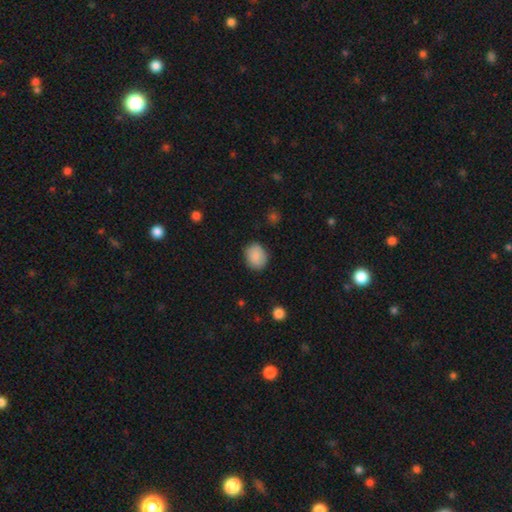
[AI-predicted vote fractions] smooth_or_featured: smooth (p=0.88) [alt: star or artifact p=0.08]
how_rounded: round (p=0.57) [alt: in between p=0.42]
merging: none (p=0.84) [alt: minor disturbance p=0.12]